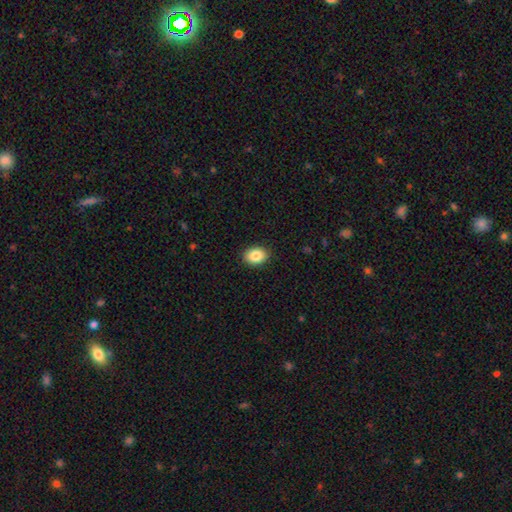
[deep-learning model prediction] smooth 85%, star or artifact 8%, featured or disk 7%. Down the decision tree: how rounded — in between (71%); merging — none (90%).